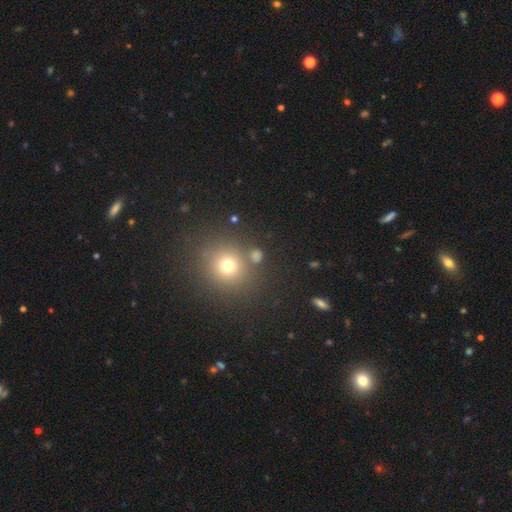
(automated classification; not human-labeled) Morphology: type=smooth (68%); roundness=round (84%); merging=none (79%).